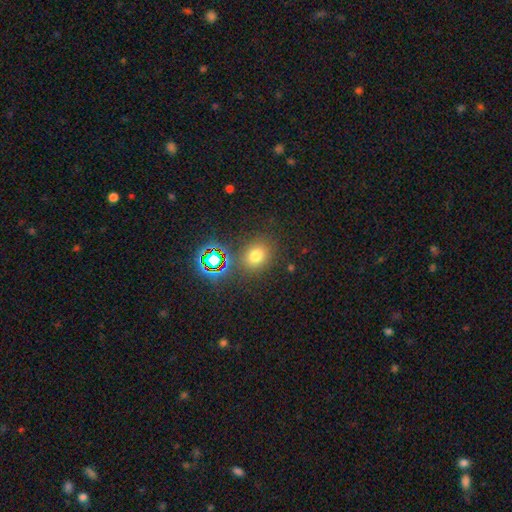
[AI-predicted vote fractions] Morphology: type=smooth (67%); roundness=round (68%); merging=none (80%).